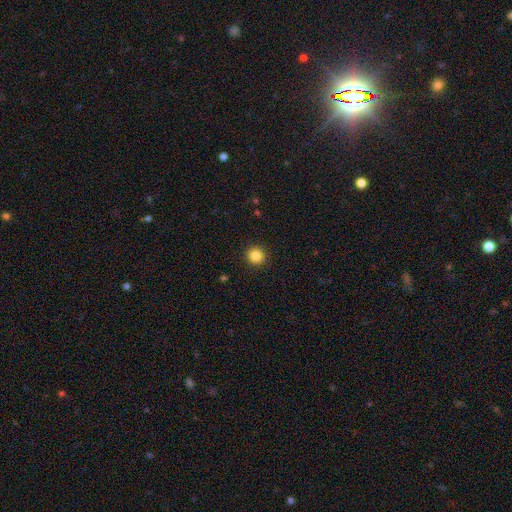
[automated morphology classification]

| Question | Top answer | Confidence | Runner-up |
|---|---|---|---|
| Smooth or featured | smooth | 86% | star or artifact (11%) |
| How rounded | round | 94% | in between (5%) |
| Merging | none | 92% | minor disturbance (5%) |